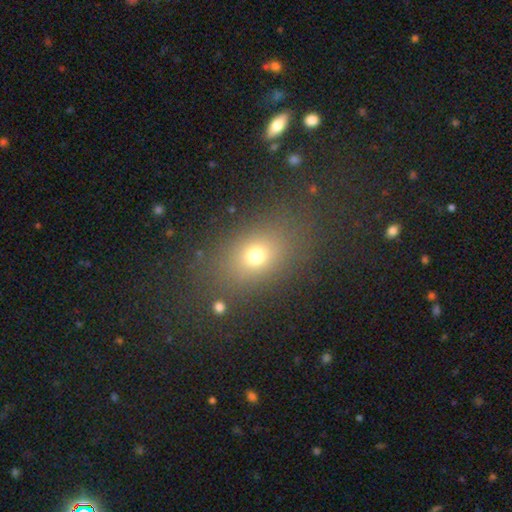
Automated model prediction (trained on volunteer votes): smooth 70%, star or artifact 18%, featured or disk 12%. Down the decision tree: how rounded — in between (64%); merging — none (79%).